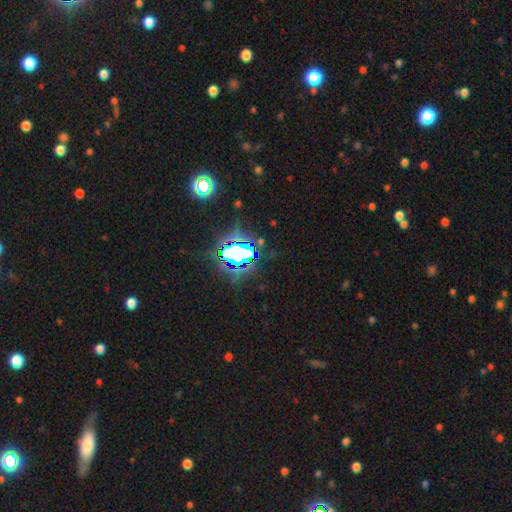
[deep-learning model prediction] smooth-or-featured: star or artifact: 80% | smooth: 13% | featured or disk: 7%